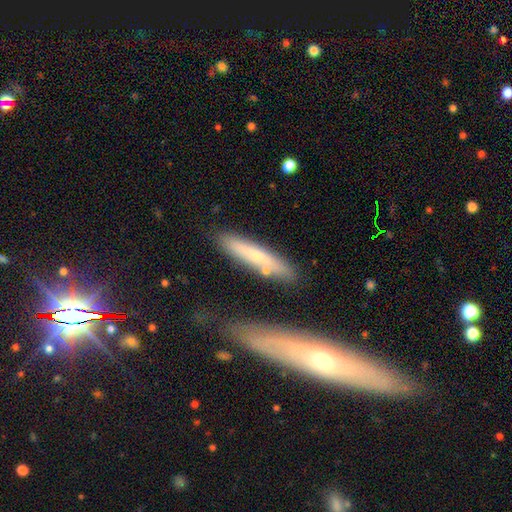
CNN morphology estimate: type=smooth (59%); roundness=cigar-shaped (83%); merging=none (73%).